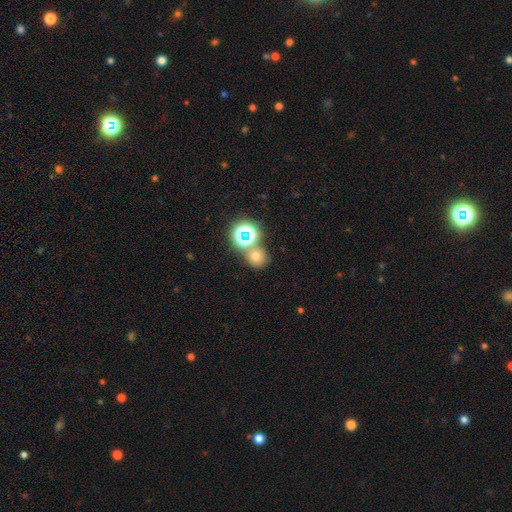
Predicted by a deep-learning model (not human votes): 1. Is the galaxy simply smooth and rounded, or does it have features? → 59% smooth, 31% star or artifact, 10% featured or disk.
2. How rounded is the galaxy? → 81% round, 18% in between, 1% cigar-shaped.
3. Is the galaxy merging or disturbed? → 61% none, 26% merger, 9% minor disturbance, 4% major disturbance.